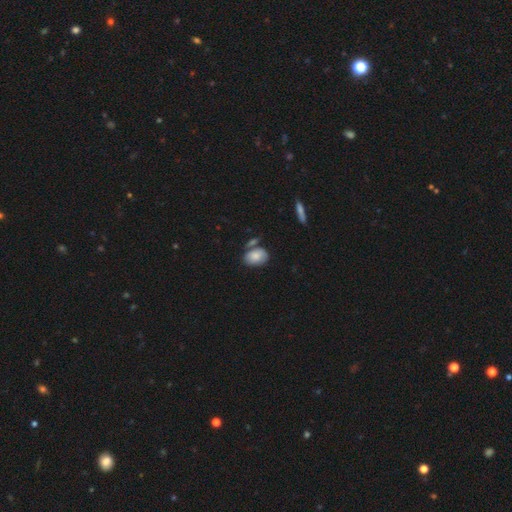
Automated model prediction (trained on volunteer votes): Smooth or featured: smooth — 76% (featured or disk — 16%)
How rounded: in between — 82% (round — 17%)
Merging: none — 52% (minor disturbance — 22%)